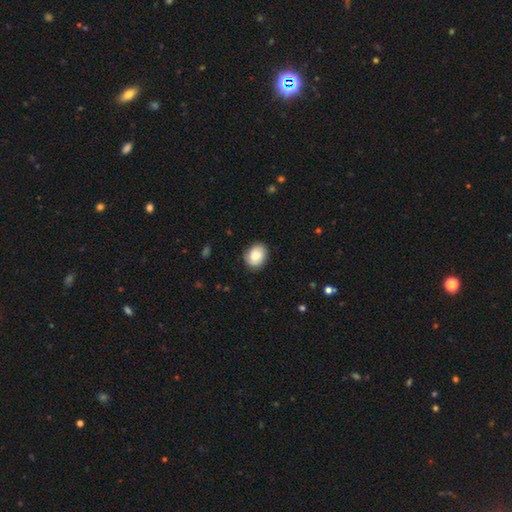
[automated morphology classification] smooth 68%, featured or disk 24%, star or artifact 8%. Down the decision tree: how rounded — in between (52%); merging — none (81%).